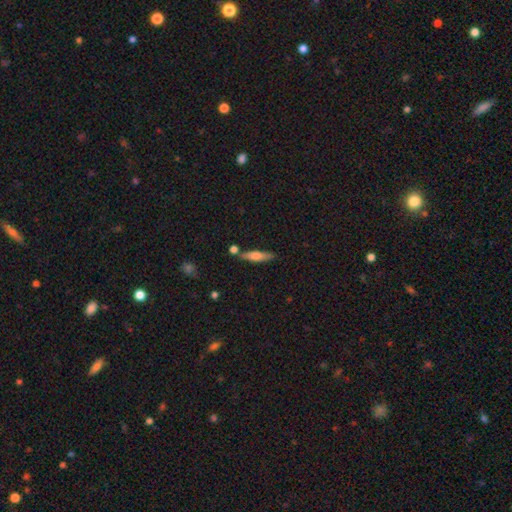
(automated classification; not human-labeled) A smooth galaxy with no disk features (60%) that is cigar-shaped (76%). Merging: none (73%).